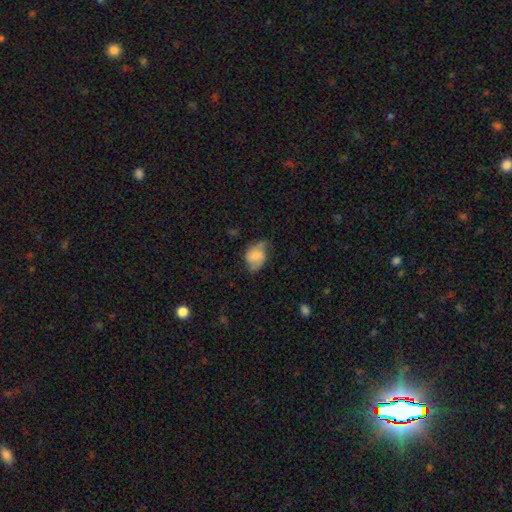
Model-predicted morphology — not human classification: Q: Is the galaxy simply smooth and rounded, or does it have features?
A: smooth — 58%.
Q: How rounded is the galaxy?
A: in between — 72%.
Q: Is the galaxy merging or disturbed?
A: none — 45%.